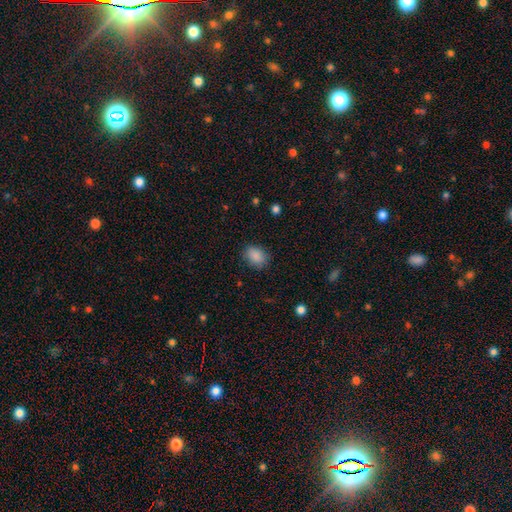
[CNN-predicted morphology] This appears to be a smooth galaxy with no disk features (88%) that is in between round and cigar-shaped (69%). Merging: none (82%).